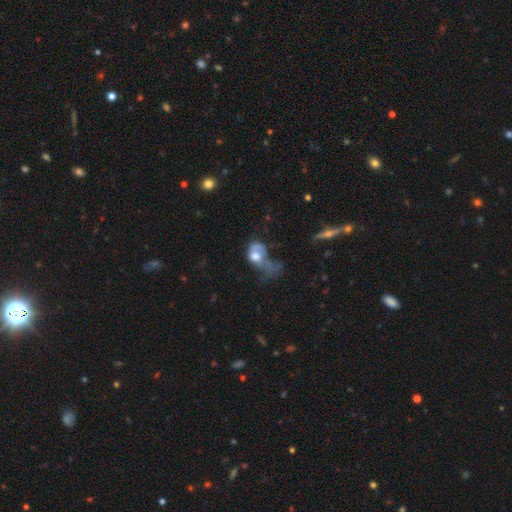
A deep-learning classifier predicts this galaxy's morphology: A smooth galaxy with no disk features (53%) that is in between round and cigar-shaped (67%).

Vote fractions:
- Smooth or featured? smooth: 53% / featured or disk: 36% / star or artifact: 10%
- How rounded? in between: 67% / round: 30% / cigar-shaped: 2%
- Merging? major disturbance: 60% / merger: 17% / minor disturbance: 12% / none: 11%